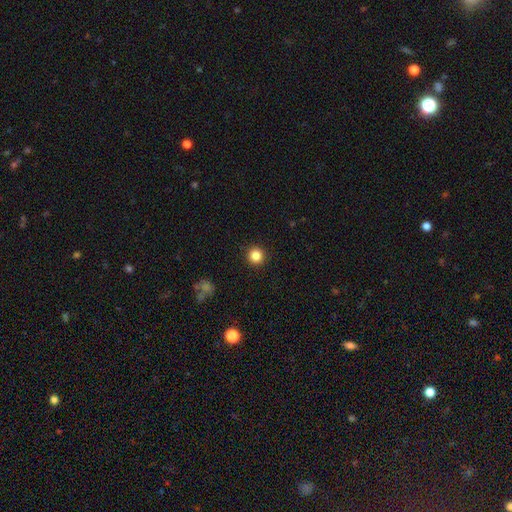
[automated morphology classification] Smooth or featured? smooth (84%)
How rounded? round (95%)
Merging? none (93%)